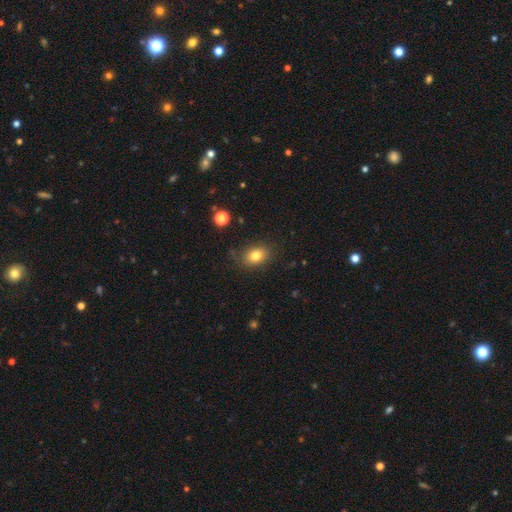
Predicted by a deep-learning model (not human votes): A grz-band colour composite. It shows a smooth galaxy with no disk features (80%) that is in between round and cigar-shaped (74%). Merging: none (82%).